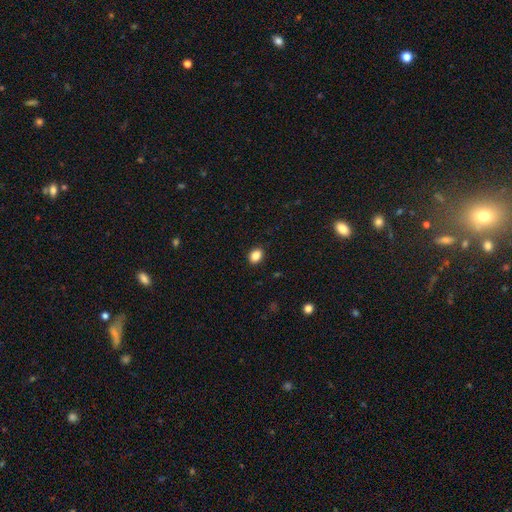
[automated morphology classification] smooth-or-featured: smooth: 86% | star or artifact: 10% | featured or disk: 4%
  how-rounded: in between: 60% | round: 39% | cigar-shaped: 1%
  merging: none: 89% | minor disturbance: 8% | major disturbance: 2% | merger: 1%